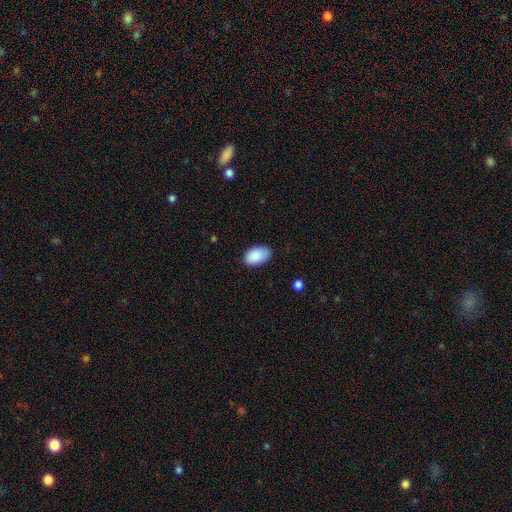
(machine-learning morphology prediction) type=smooth (89%); roundness=in between (93%); merging=none (79%).